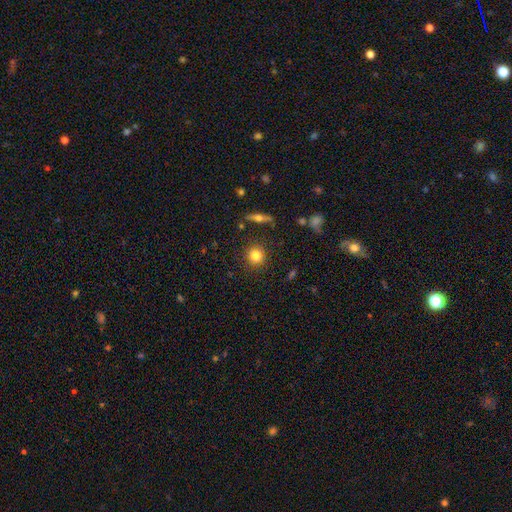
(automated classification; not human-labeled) smooth_or_featured: smooth (p=0.80) [alt: star or artifact p=0.11]
how_rounded: round (p=0.92) [alt: in between p=0.07]
merging: none (p=0.90) [alt: minor disturbance p=0.06]